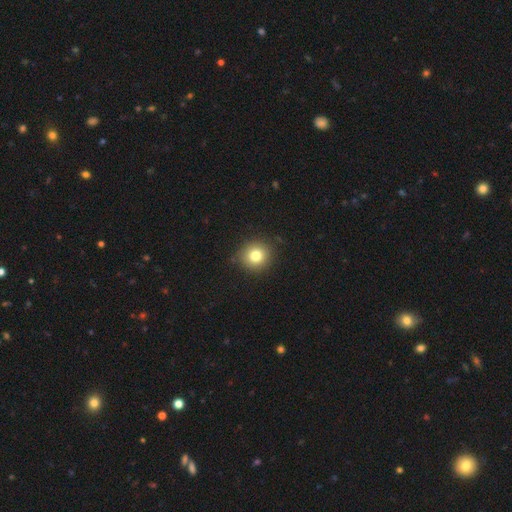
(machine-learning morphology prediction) A smooth galaxy with no disk features (79%) that is round (90%). Merging: none (89%).